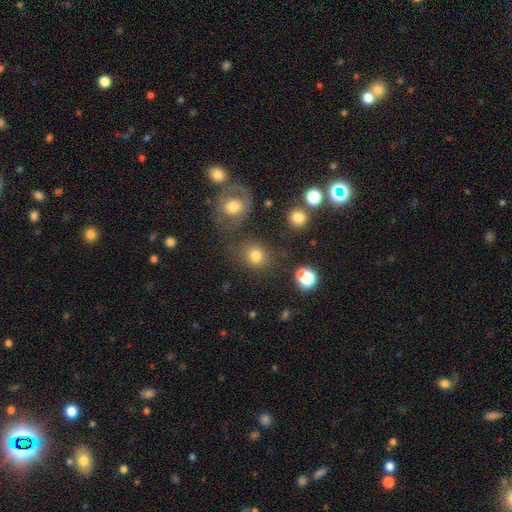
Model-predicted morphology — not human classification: Q: Smooth or featured?
A: smooth (76%); runner-up: star or artifact (15%)
Q: How rounded?
A: round (78%); runner-up: in between (21%)
Q: Merging?
A: none (71%); runner-up: minor disturbance (12%)